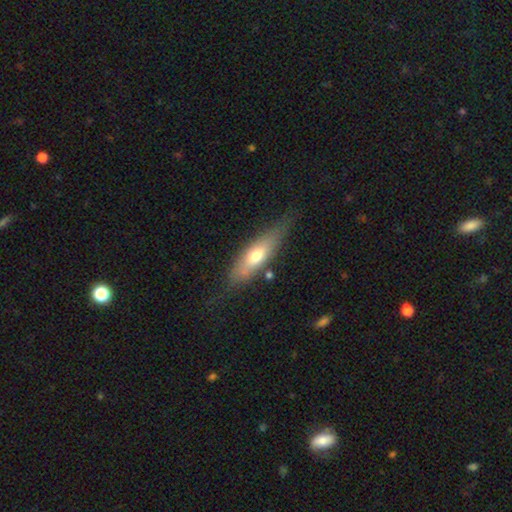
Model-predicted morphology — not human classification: Smooth or featured? Predicted: smooth (p=0.53). How rounded? Predicted: cigar-shaped (p=0.50). Merging? Predicted: none (p=0.68).